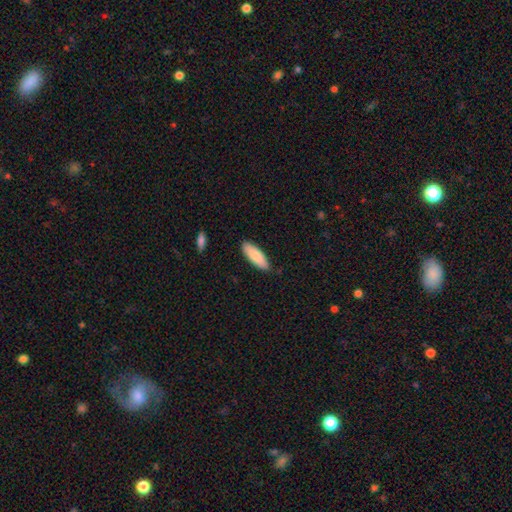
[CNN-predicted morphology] smooth 83%, featured or disk 12%, star or artifact 5%. Down the decision tree: how rounded — in between (62%); merging — none (85%).